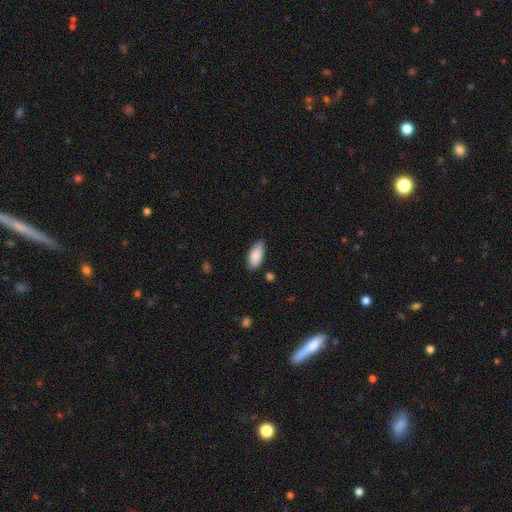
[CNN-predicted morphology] type=smooth (87%); roundness=in between (90%); merging=none (81%).